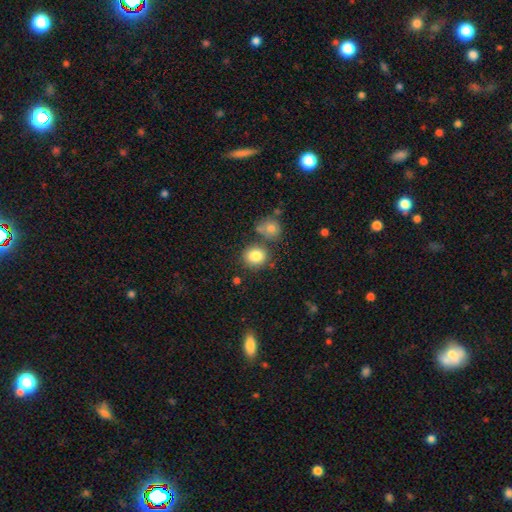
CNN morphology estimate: A smooth galaxy with no disk features (84%) that is round (77%). Merging: none (72%).